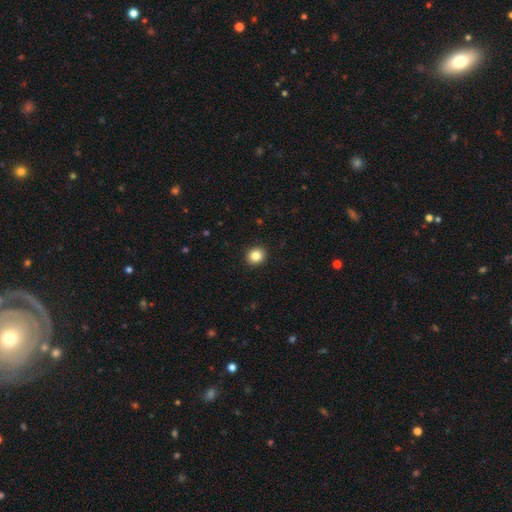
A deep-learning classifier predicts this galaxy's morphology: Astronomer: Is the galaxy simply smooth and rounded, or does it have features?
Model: smooth — 85%.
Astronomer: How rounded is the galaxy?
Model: round — 81%.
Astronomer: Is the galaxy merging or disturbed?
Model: none — 93%.